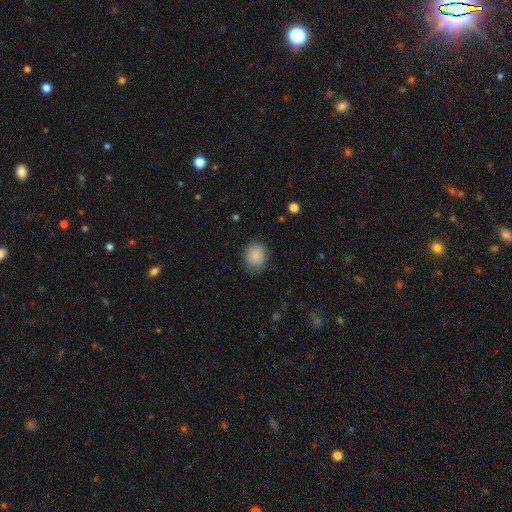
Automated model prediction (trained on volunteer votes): Morphology: type=smooth (88%); roundness=round (74%); merging=none (81%).